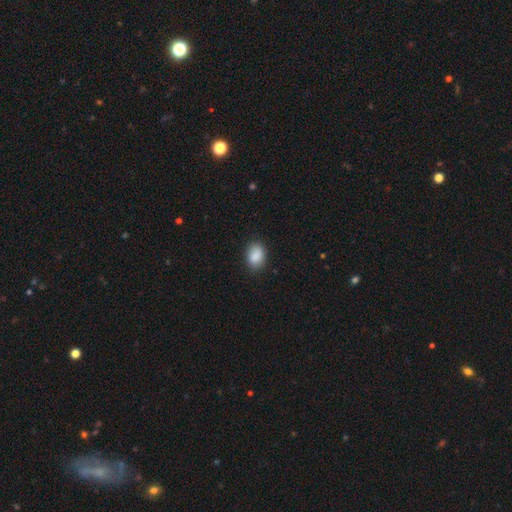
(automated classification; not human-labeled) Morphology: type=smooth (88%); roundness=in between (82%); merging=none (83%).